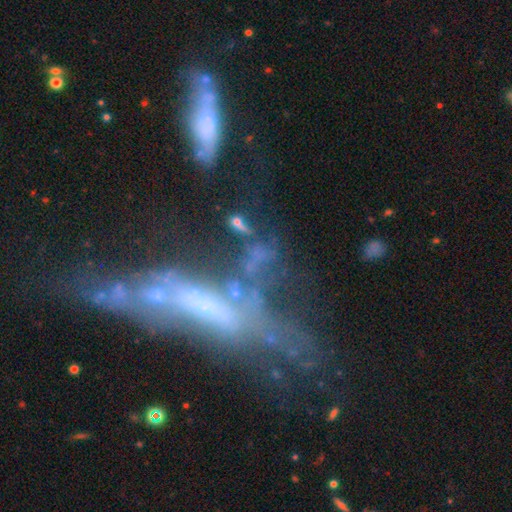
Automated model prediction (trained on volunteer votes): Smooth or featured? Predicted: featured or disk (p=0.52). Edge-on disk? Predicted: no (p=0.70). Merging? Predicted: merger (p=0.36).